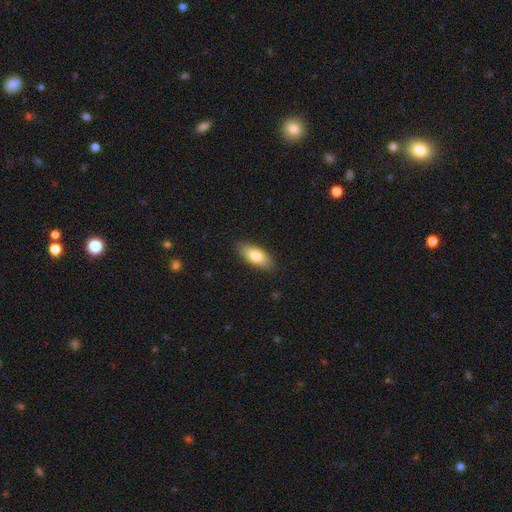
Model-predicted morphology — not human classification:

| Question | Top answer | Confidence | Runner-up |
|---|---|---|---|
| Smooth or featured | smooth | 77% | featured or disk (17%) |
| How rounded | in between | 80% | cigar-shaped (17%) |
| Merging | none | 87% | minor disturbance (10%) |